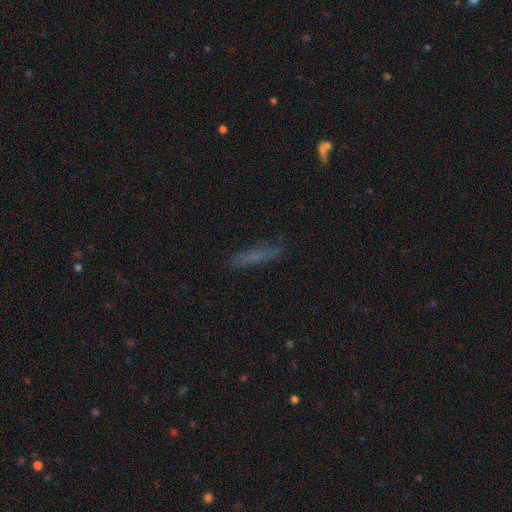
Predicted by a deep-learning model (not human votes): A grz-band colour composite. It shows a smooth galaxy with no disk features (61%) that is cigar-shaped (89%). Merging: none (83%).